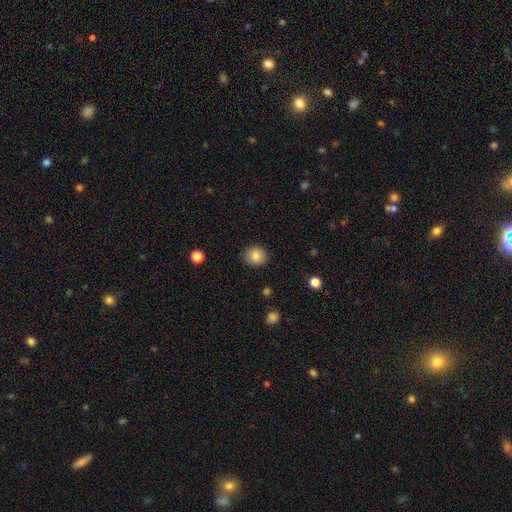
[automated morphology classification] This is clearly a smooth galaxy (85%). How rounded: clearly round (82%). Merging: clearly none (88%).